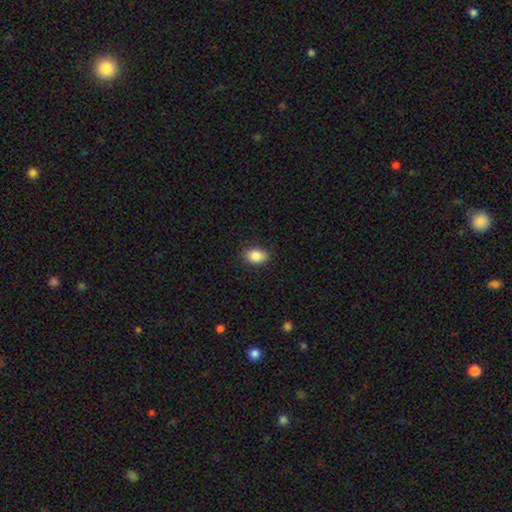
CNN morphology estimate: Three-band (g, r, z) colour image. It shows a smooth galaxy with no disk features (86%) that is in between round and cigar-shaped (80%). Merging: none (86%).